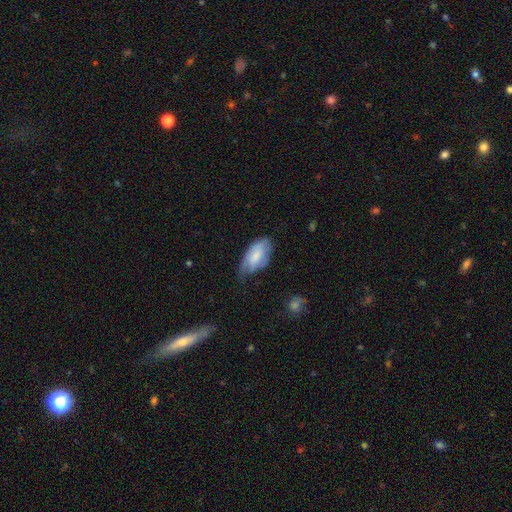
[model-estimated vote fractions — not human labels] Smooth or featured: smooth — 68% (featured or disk — 25%)
How rounded: in between — 93% (cigar-shaped — 4%)
Merging: minor disturbance — 43% (none — 40%)